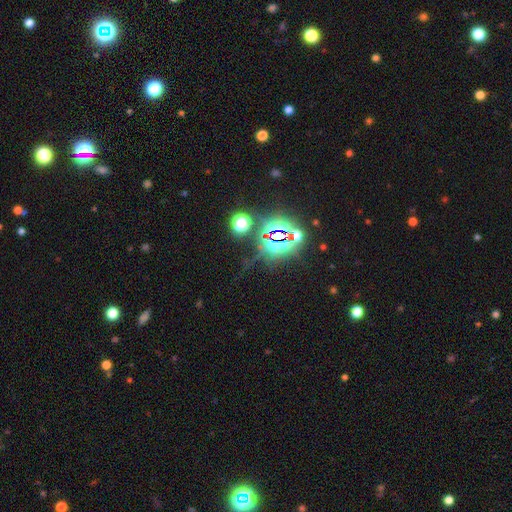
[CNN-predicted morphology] A star or artifact, not a galaxy (83%).

Vote fractions:
- Smooth or featured? star or artifact: 83% / smooth: 10% / featured or disk: 7%